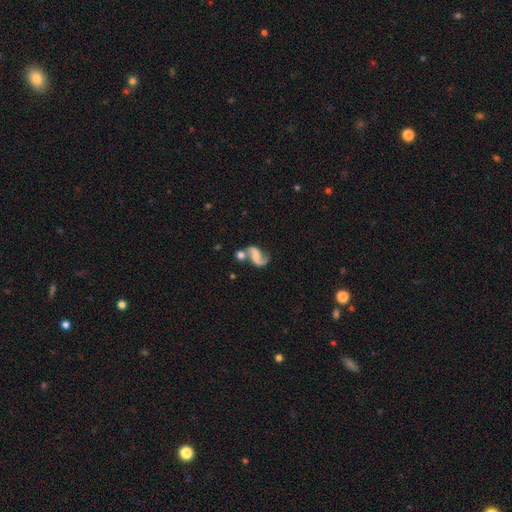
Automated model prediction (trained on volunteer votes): Smooth or featured?
  - featured or disk: 75% *
  - smooth: 17%
  - star or artifact: 8%
Edge-on disk?
  - no: 97% *
  - yes: 3%
Bar?
  - no: 54% *
  - weak: 32%
  - strong: 15%
Spiral arms?
  - yes: 91% *
  - no: 9%
Spiral winding?
  - loose: 67% *
  - medium: 26%
  - tight: 7%
Spiral arm count?
  - 2: 77% *
  - 1: 18%
  - can't tell: 3%
  - 3: 1%
  - 4: 1%
  - more than 4: 1%
Bulge size?
  - none: 57% *
  - small: 20%
  - moderate: 14%
  - large: 7%
  - dominant: 3%
Merging?
  - none: 34% * (tied)
  - merger: 34% * (tied)
  - major disturbance: 17%
  - minor disturbance: 15%